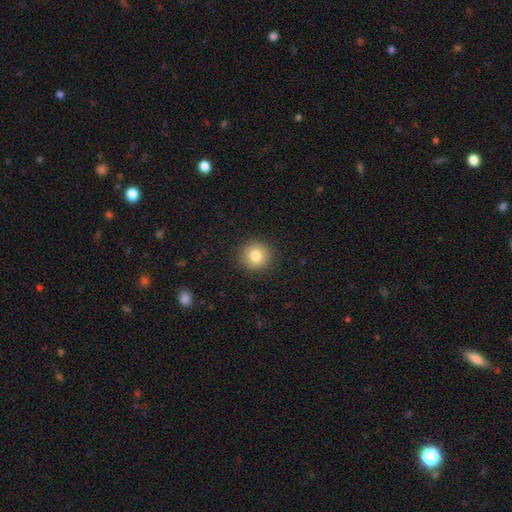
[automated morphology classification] Smooth or featured? Predicted: smooth (p=0.80). How rounded? Predicted: round (p=0.93). Merging? Predicted: none (p=0.91).